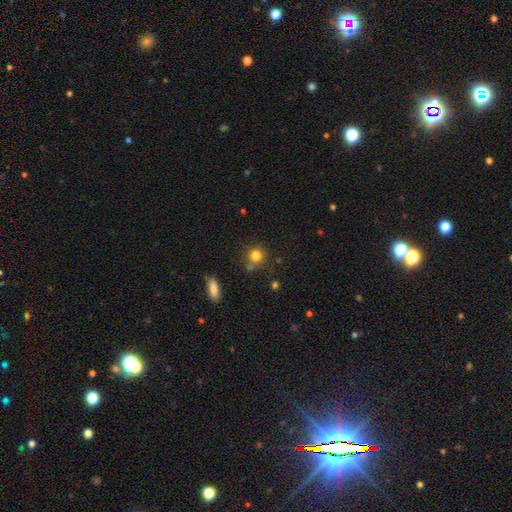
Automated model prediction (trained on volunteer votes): The model was most divided on "merging": none: 72%, merger: 13%, minor disturbance: 12%, major disturbance: 4%. More confident: how rounded — round (88%); smooth or featured — smooth (80%).